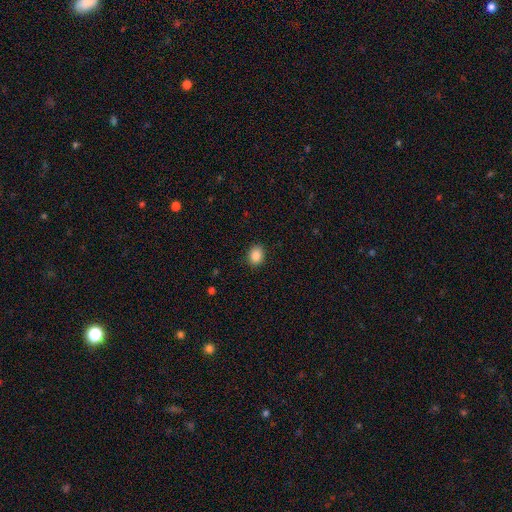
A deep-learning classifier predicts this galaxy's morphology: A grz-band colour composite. It shows a smooth galaxy with no disk features (87%) that is in between round and cigar-shaped (51%). Merging: none (90%).